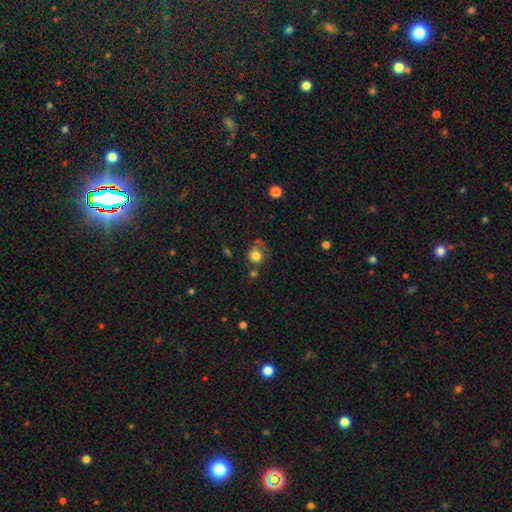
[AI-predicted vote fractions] Smooth or featured?
  - smooth: 80% *
  - star or artifact: 12%
  - featured or disk: 9%
How rounded?
  - round: 84% *
  - in between: 15%
  - cigar-shaped: 1%
Merging?
  - none: 56% *
  - minor disturbance: 20%
  - merger: 12%
  - major disturbance: 11%